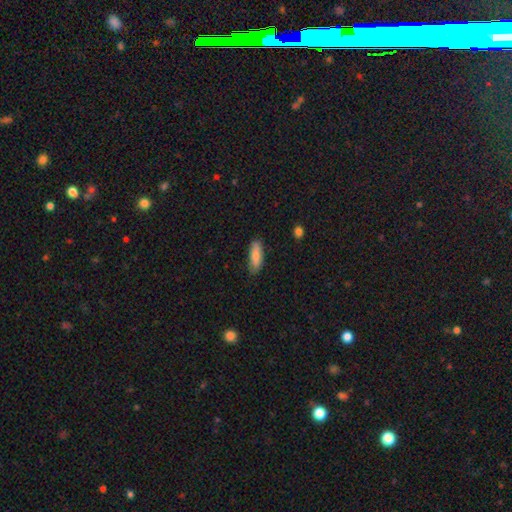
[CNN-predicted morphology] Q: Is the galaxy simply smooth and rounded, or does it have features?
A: smooth — 82%.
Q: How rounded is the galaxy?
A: in between — 57%.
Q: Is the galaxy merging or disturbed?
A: none — 79%.